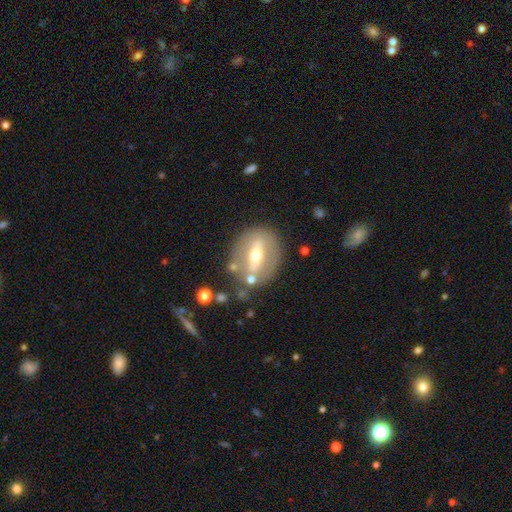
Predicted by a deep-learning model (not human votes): The model was most divided on "smooth or featured": featured or disk: 64%, smooth: 29%, star or artifact: 7%. More confident: merging — none (76%); edge-on disk — no (74%).